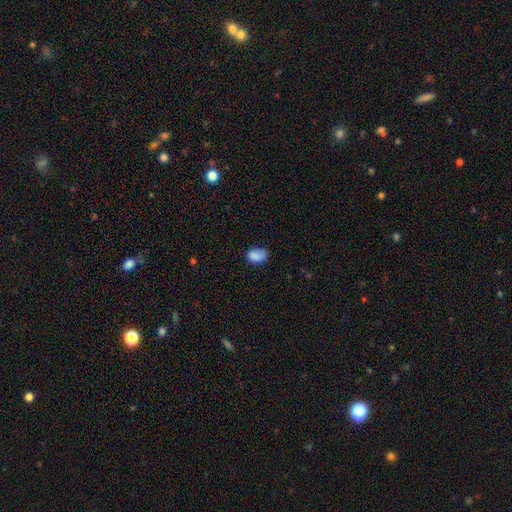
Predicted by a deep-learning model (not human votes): This appears to be a smooth galaxy with no disk features (84%) that is in between round and cigar-shaped (78%). Merging: none (62%).